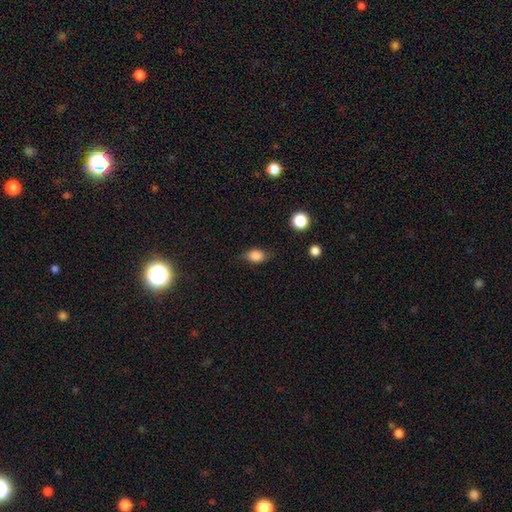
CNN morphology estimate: Smooth or featured? smooth (84%)
How rounded? in between (74%)
Merging? none (72%)